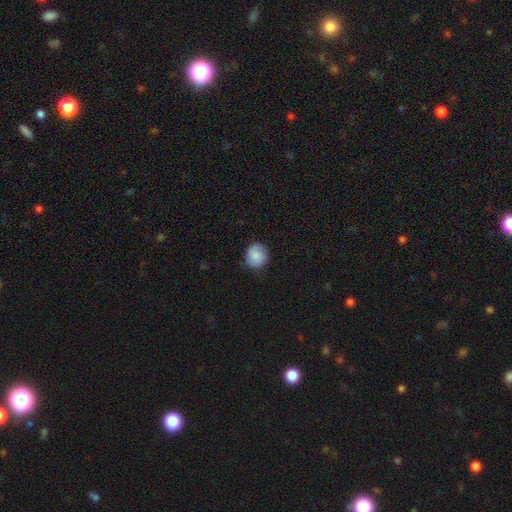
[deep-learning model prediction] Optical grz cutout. It shows a smooth galaxy with no disk features (79%) that is round (76%). Merging: none (77%).